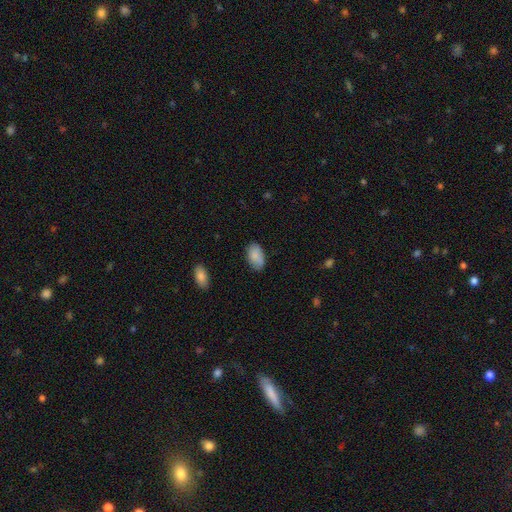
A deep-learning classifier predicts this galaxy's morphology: This appears to be a smooth galaxy with no disk features (86%) that is in between round and cigar-shaped (93%). Merging: none (77%).